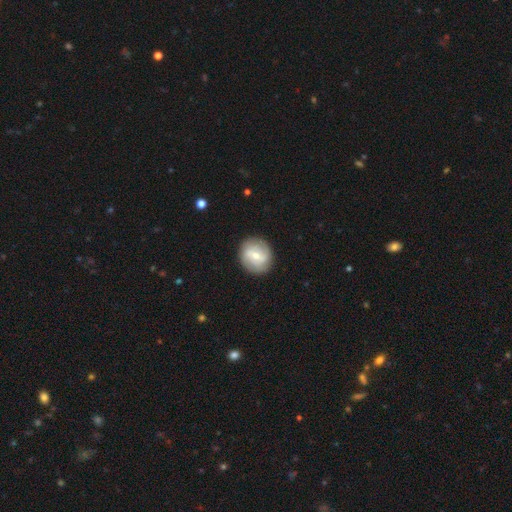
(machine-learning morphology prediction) A featured or disk galaxy (50%).

Vote fractions:
- Smooth or featured? featured or disk: 50% / smooth: 43% / star or artifact: 7%
- Merging? none: 87% / minor disturbance: 9% / major disturbance: 3% / merger: 1%